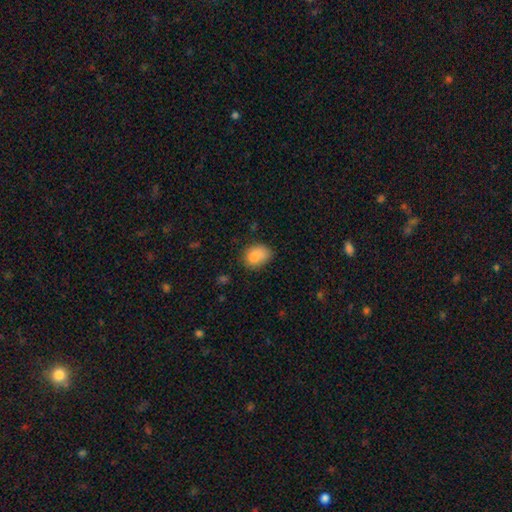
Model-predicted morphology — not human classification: Overall: smooth (84%). How rounded: in between (65%; round 34%). Merging: none (63%; minor disturbance 25%).